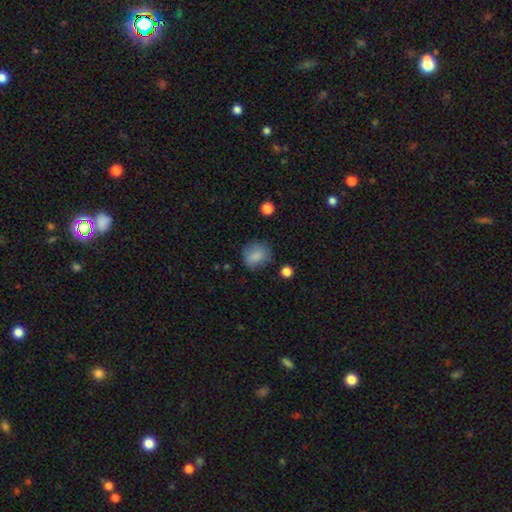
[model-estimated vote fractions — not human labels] smooth 84%, star or artifact 10%, featured or disk 6%. Down the decision tree: how rounded — round (67%); merging — none (74%).